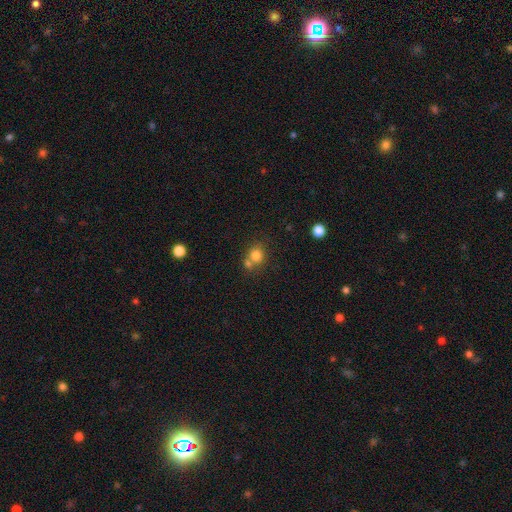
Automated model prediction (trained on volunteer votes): Morphology: type=smooth (80%); roundness=round (77%); merging=none (49%).